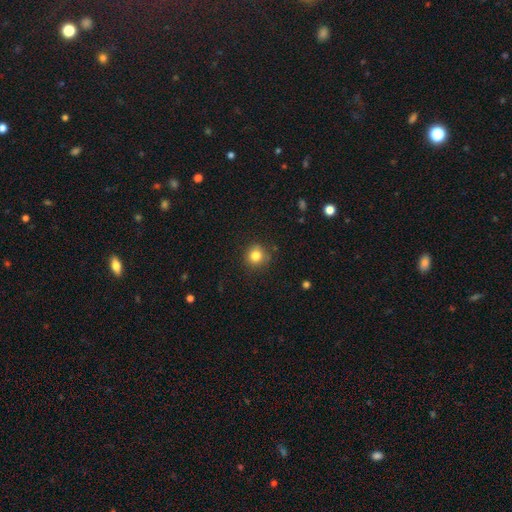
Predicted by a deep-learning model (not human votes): Smooth or featured? Predicted: smooth (p=0.82). How rounded? Predicted: round (p=0.90). Merging? Predicted: none (p=0.84).